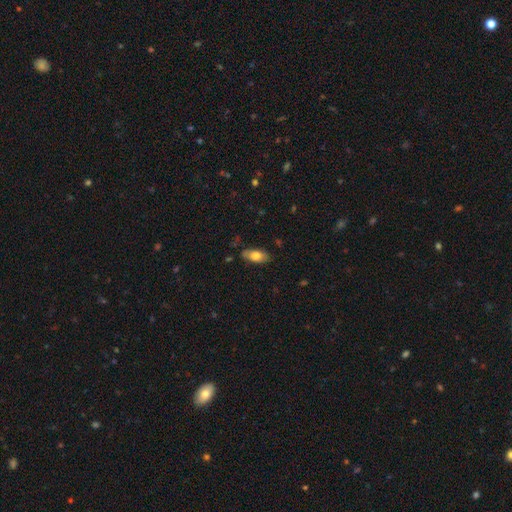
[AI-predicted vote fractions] Smooth or featured: smooth — 75% (featured or disk — 18%)
How rounded: in between — 87% (cigar-shaped — 10%)
Merging: none — 77% (minor disturbance — 17%)